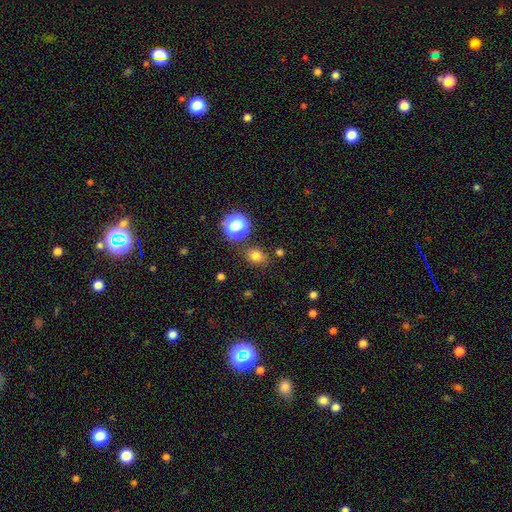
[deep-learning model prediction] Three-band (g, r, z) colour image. It shows a smooth galaxy with no disk features (77%) that is round (58%). Merging: none (81%).